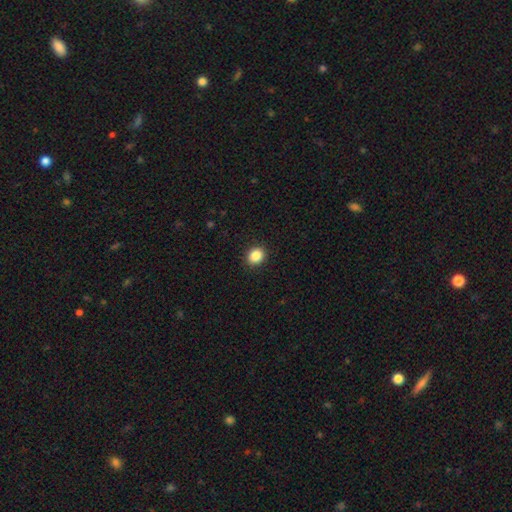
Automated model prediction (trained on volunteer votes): The model was most divided on "how rounded": round: 69%, in between: 30%, cigar-shaped: 1%. More confident: merging — none (91%); smooth or featured — smooth (87%).